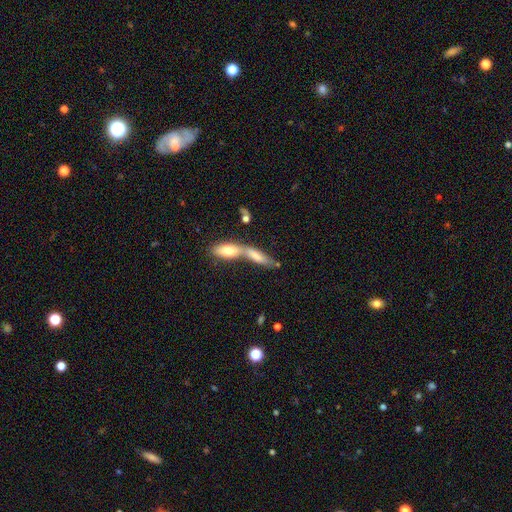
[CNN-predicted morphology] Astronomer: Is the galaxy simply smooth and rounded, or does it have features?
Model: smooth — 68%.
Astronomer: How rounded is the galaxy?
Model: cigar-shaped — 52% (runner-up: in between, 45%).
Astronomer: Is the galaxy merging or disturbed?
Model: merger — 61%.